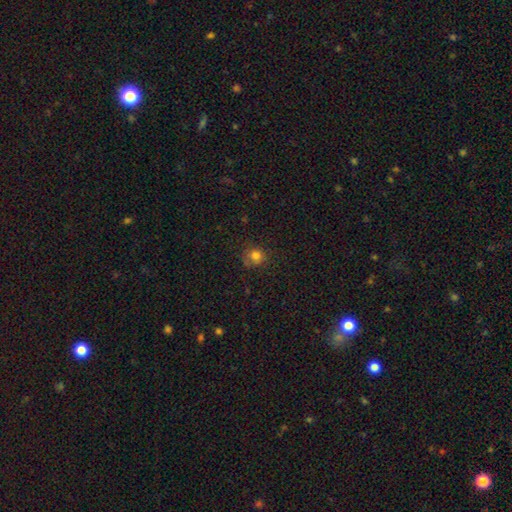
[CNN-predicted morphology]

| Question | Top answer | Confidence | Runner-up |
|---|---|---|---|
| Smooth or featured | smooth | 77% | star or artifact (15%) |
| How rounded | round | 82% | in between (17%) |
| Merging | none | 67% | minor disturbance (21%) |